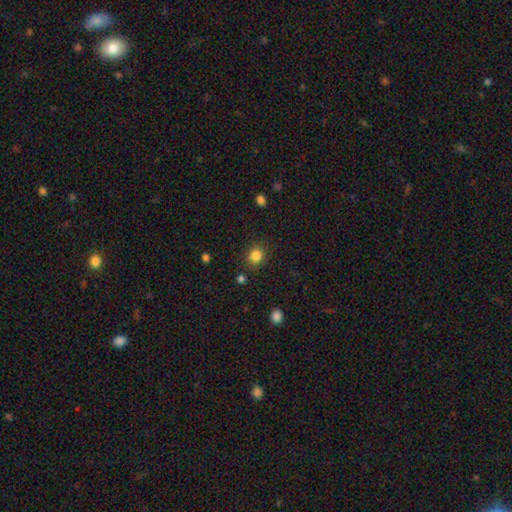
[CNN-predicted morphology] Smooth or featured: smooth — 84% (star or artifact — 12%)
How rounded: round — 82% (in between — 17%)
Merging: none — 86% (minor disturbance — 8%)